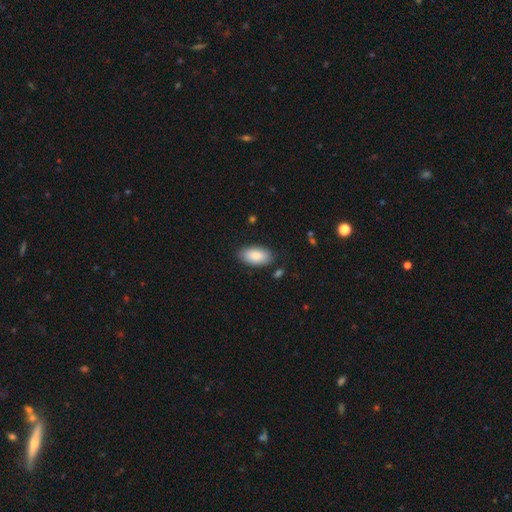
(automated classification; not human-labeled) Q: Smooth or featured?
A: smooth (86%); runner-up: featured or disk (8%)
Q: How rounded?
A: in between (94%); runner-up: cigar-shaped (3%)
Q: Merging?
A: none (83%); runner-up: minor disturbance (12%)